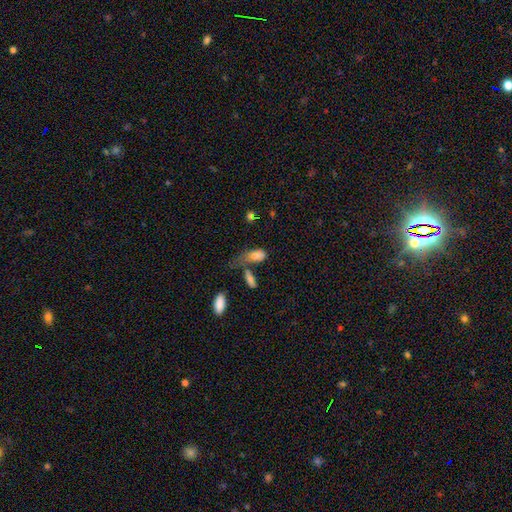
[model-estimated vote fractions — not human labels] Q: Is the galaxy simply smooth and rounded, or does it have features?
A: smooth — 80%.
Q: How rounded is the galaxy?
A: in between — 84%.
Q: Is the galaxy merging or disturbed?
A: none — 28%.